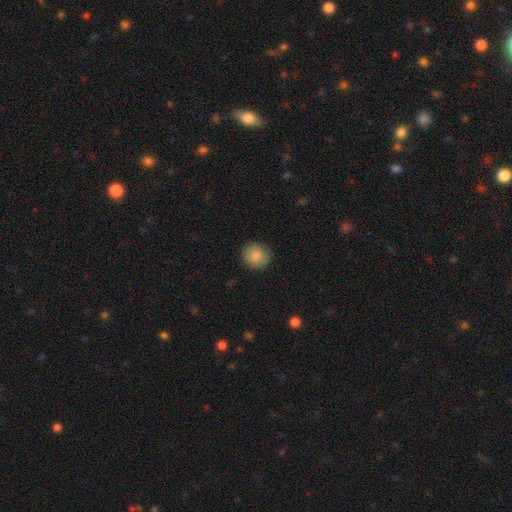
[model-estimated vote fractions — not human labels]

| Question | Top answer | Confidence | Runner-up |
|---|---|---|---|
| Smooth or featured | smooth | 88% | star or artifact (8%) |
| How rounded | round | 89% | in between (10%) |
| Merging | none | 88% | minor disturbance (9%) |